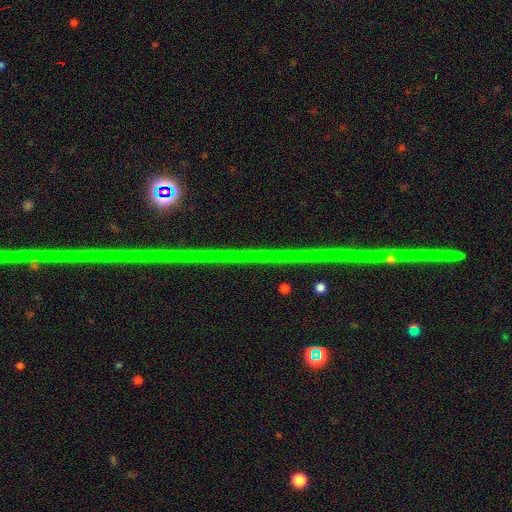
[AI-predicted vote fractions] Smooth or featured? star or artifact (87%)